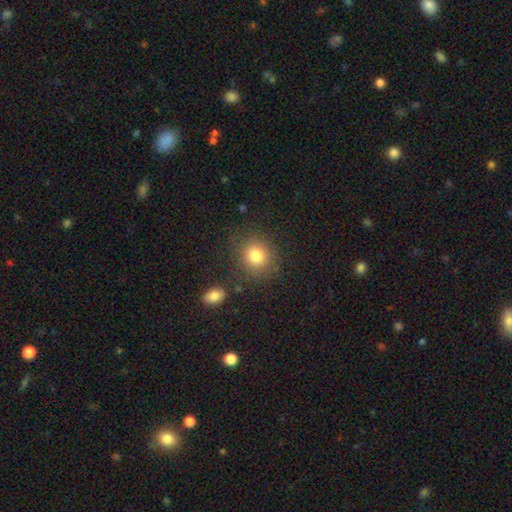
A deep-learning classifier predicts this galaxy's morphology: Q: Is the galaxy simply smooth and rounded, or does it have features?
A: smooth — 81%.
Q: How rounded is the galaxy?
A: round — 80%.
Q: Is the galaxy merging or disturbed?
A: none — 82%.